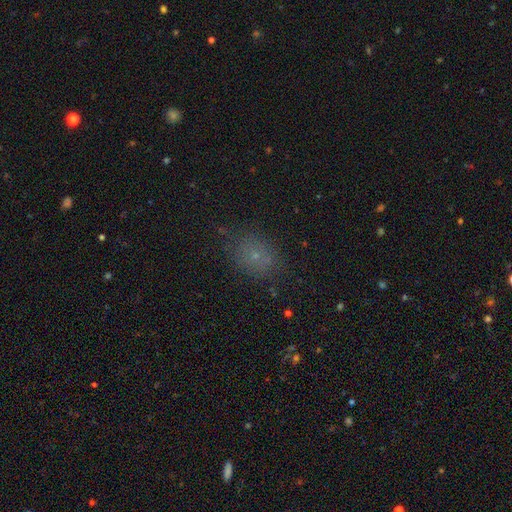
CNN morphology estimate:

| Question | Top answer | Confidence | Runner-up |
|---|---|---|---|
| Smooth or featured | smooth | 64% | star or artifact (25%) |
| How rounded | round | 50% | in between (49%) |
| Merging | none | 76% | minor disturbance (16%) |